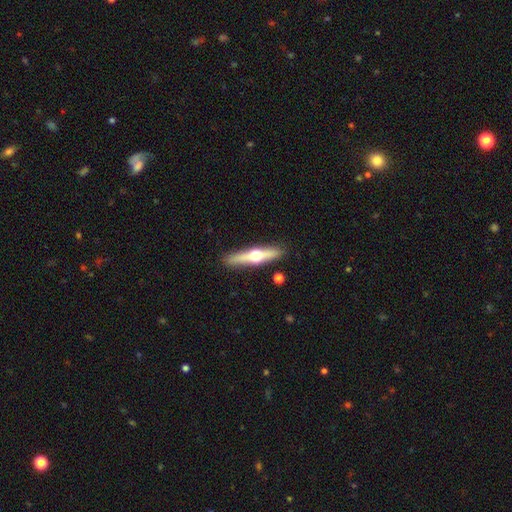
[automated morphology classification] This is likely a featured or disk galaxy (66%). It is clearly viewed edge-on (96%). Edge-on bulge: clearly rounded (96%). Merging: clearly none (89%).